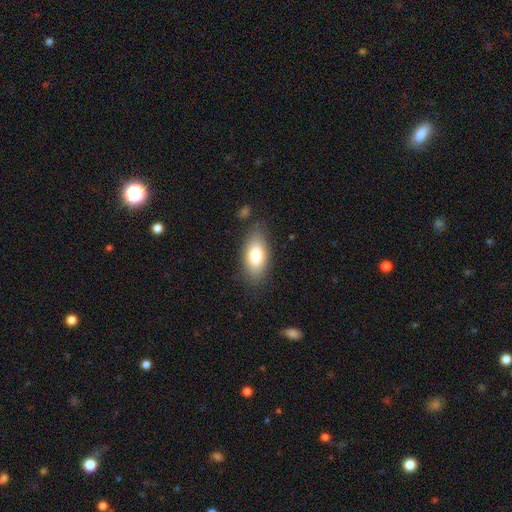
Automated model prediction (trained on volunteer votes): smooth-or-featured: smooth: 77% | featured or disk: 15% | star or artifact: 7%
  how-rounded: in between: 88% | cigar-shaped: 8% | round: 4%
  merging: none: 82% | minor disturbance: 13% | major disturbance: 4% | merger: 2%